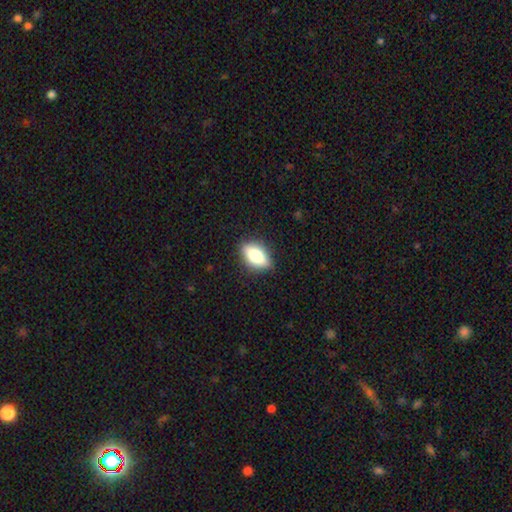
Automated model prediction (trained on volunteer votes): The model was most divided on "smooth or featured": smooth: 75%, featured or disk: 17%, star or artifact: 8%. More confident: merging — none (85%); how rounded — in between (85%).